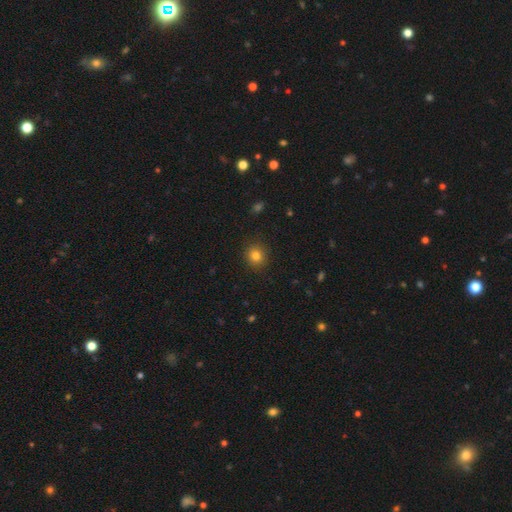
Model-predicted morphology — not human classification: Smooth or featured: smooth — 81% (star or artifact — 12%)
How rounded: round — 86% (in between — 13%)
Merging: none — 90% (minor disturbance — 7%)